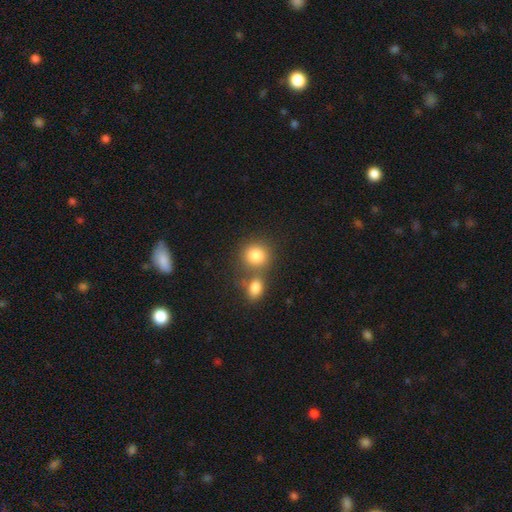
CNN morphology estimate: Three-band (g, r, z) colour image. It shows a smooth galaxy with no disk features (83%) that is round (80%). Merging: none (52%).